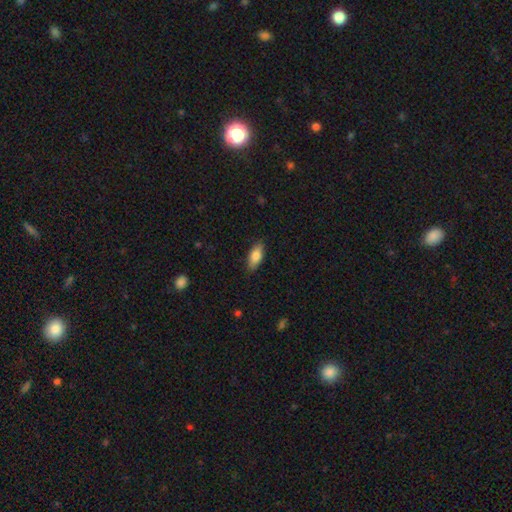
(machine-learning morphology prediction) type=smooth (82%); roundness=in between (83%); merging=none (86%).